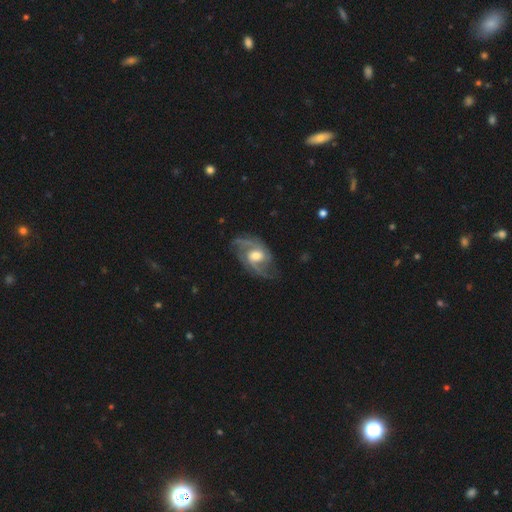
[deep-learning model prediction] A featured or disk galaxy (88%) with no bar (51%), 2 (70%) medium (52%) spiral arms (96%) and a moderate central bulge (70%).

Vote fractions:
- Smooth or featured? featured or disk: 88% / smooth: 8% / star or artifact: 5%
- Edge-on disk? no: 97% / yes: 3%
- Bar? no: 51% / weak: 40% / strong: 9%
- Spiral arms? yes: 96% / no: 4%
- Spiral winding? medium: 52% / tight: 25% / loose: 23%
- Spiral arm count? 2: 70% / 3: 14% / can't tell: 8% / 1: 3% / 4: 3% / more than 4: 3%
- Bulge size? moderate: 70% / large: 14% / small: 13% / none: 1% / dominant: 1%
- Merging? none: 69% / minor disturbance: 20% / major disturbance: 10% / merger: 1%